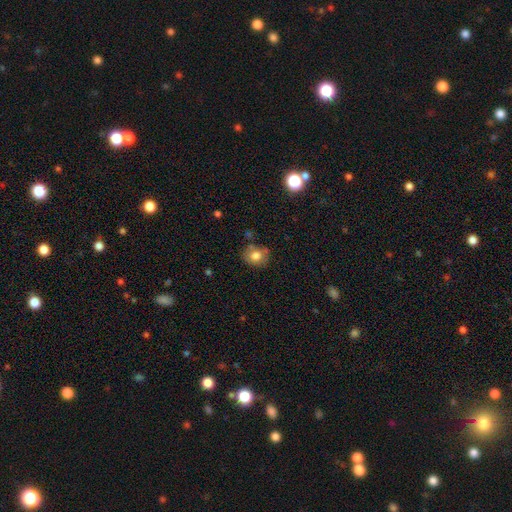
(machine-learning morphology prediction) Smooth or featured?
  - smooth: 77% *
  - featured or disk: 13%
  - star or artifact: 10%
How rounded?
  - round: 66% *
  - in between: 34%
  - cigar-shaped: 1%
Merging?
  - none: 67% *
  - minor disturbance: 21%
  - merger: 6%
  - major disturbance: 6%